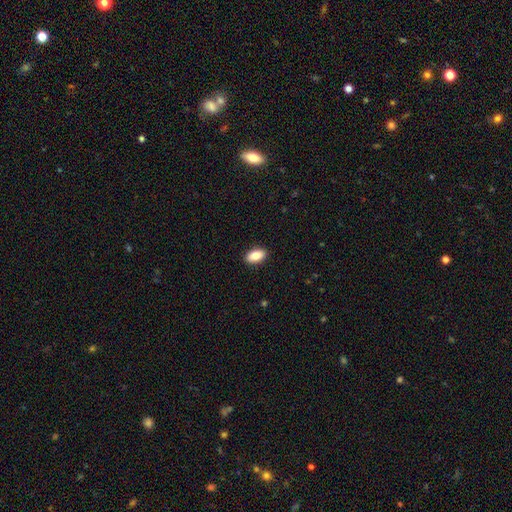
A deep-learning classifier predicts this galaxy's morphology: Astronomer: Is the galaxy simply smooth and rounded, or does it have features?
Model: smooth — 82%.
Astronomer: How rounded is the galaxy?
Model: in between — 91%.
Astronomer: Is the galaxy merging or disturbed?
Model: none — 90%.